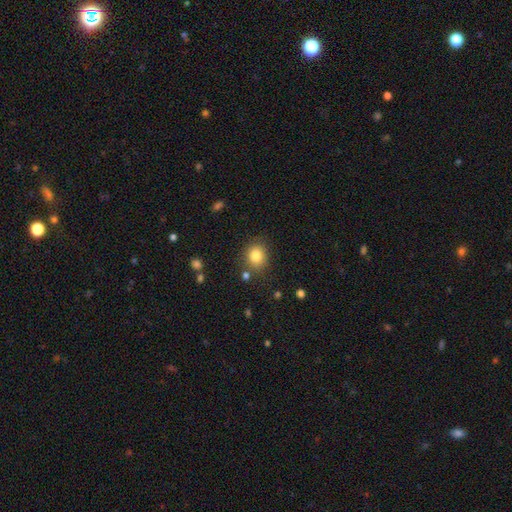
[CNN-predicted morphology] smooth_or_featured: smooth (p=0.81) [alt: star or artifact p=0.11]
how_rounded: round (p=0.68) [alt: in between p=0.31]
merging: none (p=0.80) [alt: minor disturbance p=0.11]